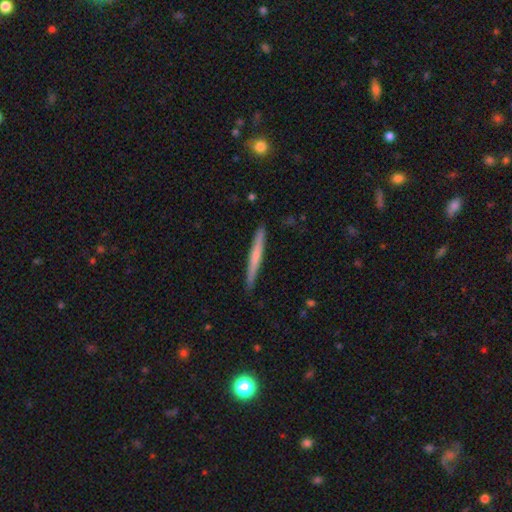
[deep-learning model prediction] Morphology: type=smooth (56%); roundness=cigar-shaped (97%); merging=none (89%).